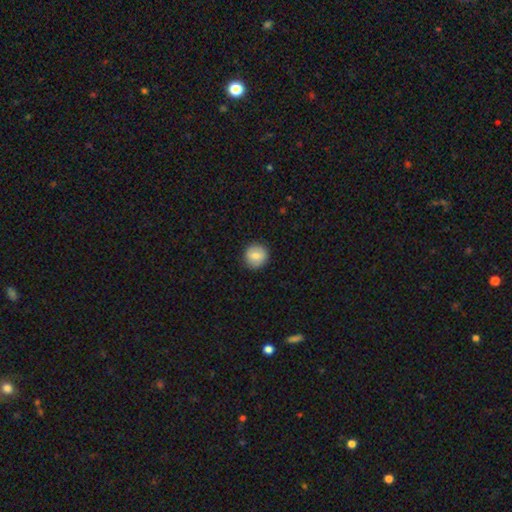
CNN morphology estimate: A smooth galaxy with no disk features (76%) that is round (92%).

Vote fractions:
- Smooth or featured? smooth: 76% / featured or disk: 16% / star or artifact: 8%
- How rounded? round: 92% / in between: 7% / cigar-shaped: 1%
- Merging? none: 89% / minor disturbance: 8% / major disturbance: 2% / merger: 1%